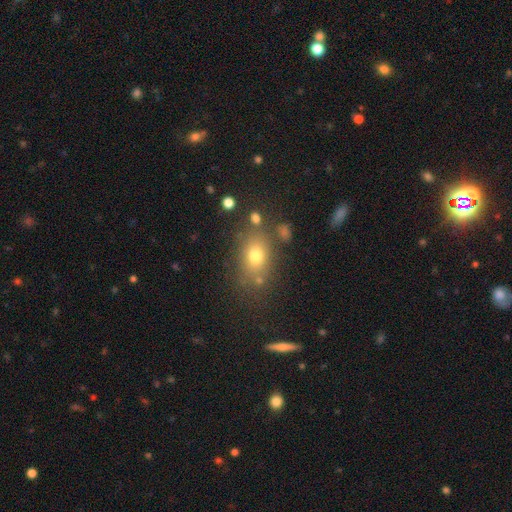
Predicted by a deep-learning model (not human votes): The model was most divided on "how rounded": in between: 69%, round: 29%, cigar-shaped: 2%. More confident: merging — none (74%); smooth or featured — smooth (71%).